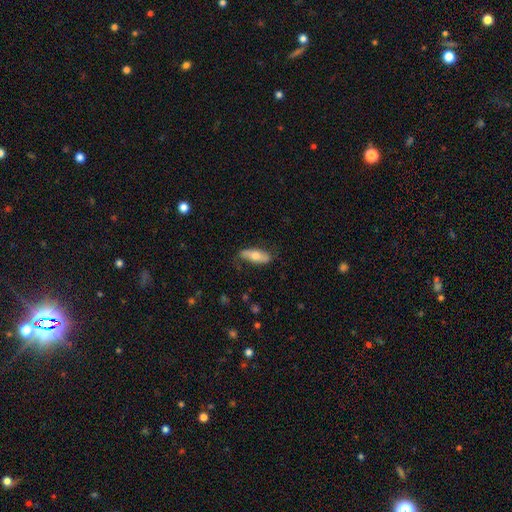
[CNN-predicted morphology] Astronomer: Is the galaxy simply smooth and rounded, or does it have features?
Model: smooth — 64%.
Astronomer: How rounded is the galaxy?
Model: in between — 64%.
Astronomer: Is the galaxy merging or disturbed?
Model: none — 75%.